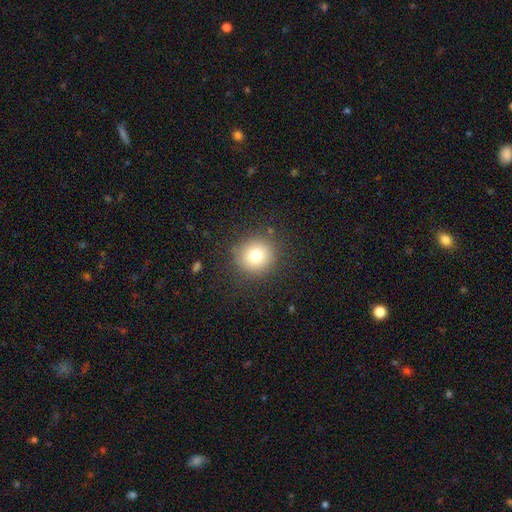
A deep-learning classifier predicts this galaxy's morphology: Q: Smooth or featured?
A: smooth (77%); runner-up: star or artifact (13%)
Q: How rounded?
A: round (92%); runner-up: in between (7%)
Q: Merging?
A: none (87%); runner-up: minor disturbance (8%)